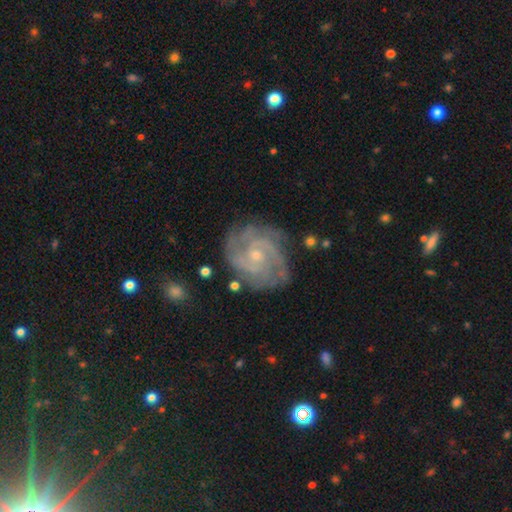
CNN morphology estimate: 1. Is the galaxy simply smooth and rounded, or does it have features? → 88% featured or disk, 6% smooth, 6% star or artifact.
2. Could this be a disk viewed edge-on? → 98% no, 2% yes.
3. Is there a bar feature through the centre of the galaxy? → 69% no, 26% weak, 5% strong.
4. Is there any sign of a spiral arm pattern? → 97% yes, 3% no.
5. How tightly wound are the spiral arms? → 60% tight, 34% medium, 6% loose.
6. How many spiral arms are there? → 28% 2, 26% 3, 21% can't tell, 13% 4, 6% more than 4, 6% 1.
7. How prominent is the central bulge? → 76% small, 21% moderate, 1% none, 1% large, 1% dominant.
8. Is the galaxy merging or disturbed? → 74% none, 18% minor disturbance, 6% major disturbance, 2% merger.